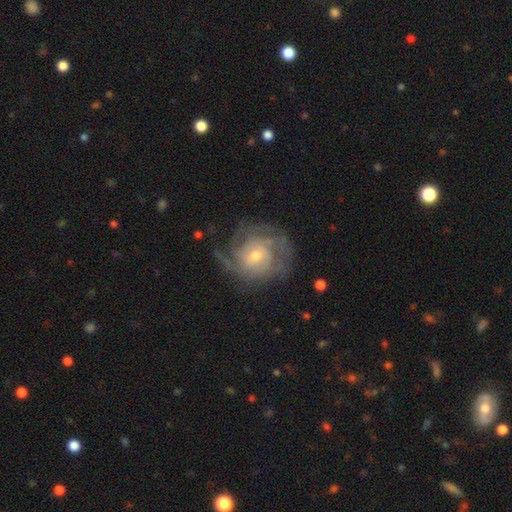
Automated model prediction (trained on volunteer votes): featured or disk 81%, smooth 12%, star or artifact 7%. Down the decision tree: edge-on disk — no (97%); bar — no (69%); spiral arms — yes (93%); spiral arm count — can't tell (36%); spiral winding — tight (56%); bulge size — moderate (48%); merging — none (66%).